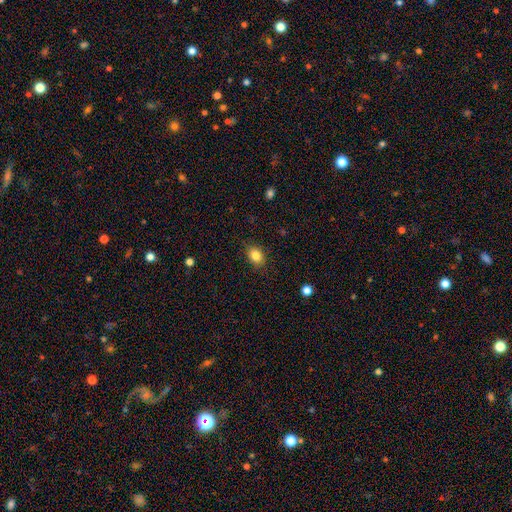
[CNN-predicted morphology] smooth-or-featured: smooth: 84% | star or artifact: 10% | featured or disk: 6%
  how-rounded: in between: 64% | round: 35% | cigar-shaped: 1%
  merging: none: 86% | minor disturbance: 11% | major disturbance: 3% | merger: 1%